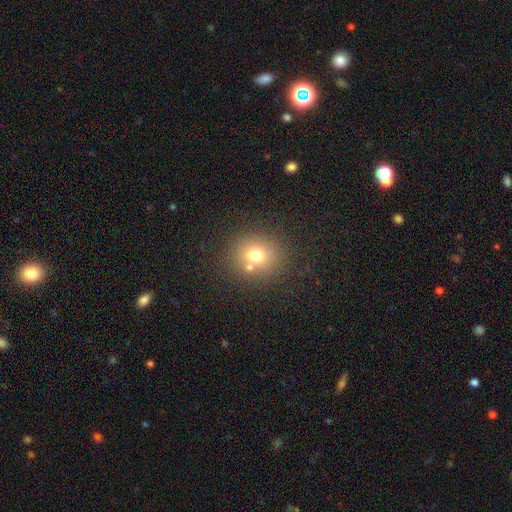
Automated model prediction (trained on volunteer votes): Smooth or featured? smooth (70%)
How rounded? round (80%)
Merging? none (72%)